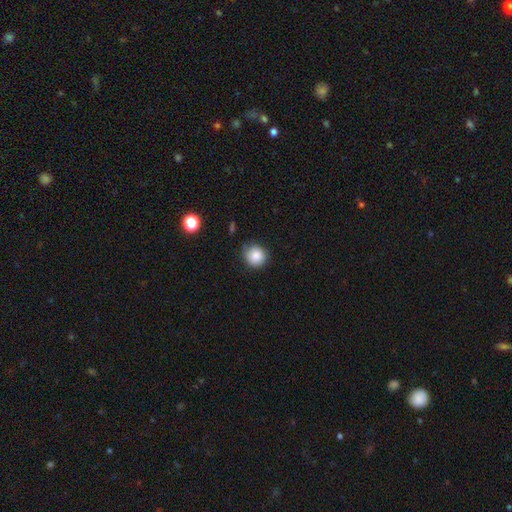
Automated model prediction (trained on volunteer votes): This appears to be a smooth galaxy with no disk features (85%) that is round (89%). Merging: none (77%).